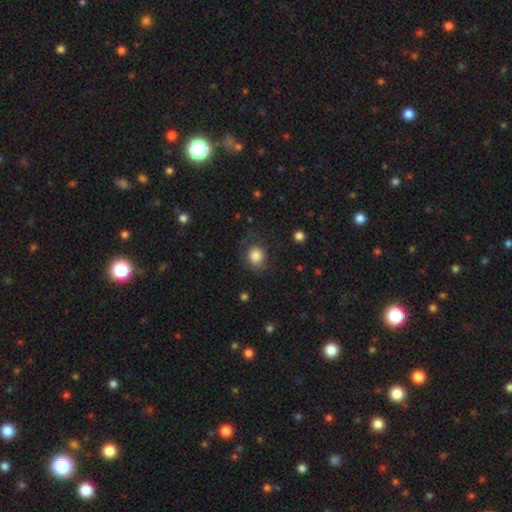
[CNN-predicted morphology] Smooth or featured? Predicted: smooth (p=0.79). How rounded? Predicted: round (p=0.66). Merging? Predicted: none (p=0.65).